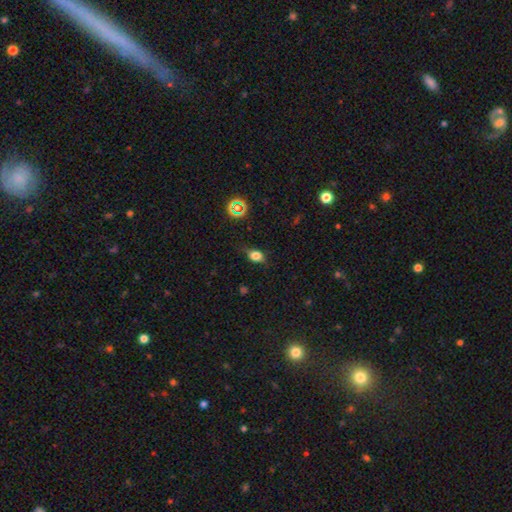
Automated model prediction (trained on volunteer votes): Smooth or featured: smooth — 73% (star or artifact — 15%)
How rounded: in between — 67% (round — 28%)
Merging: none — 70% (minor disturbance — 22%)